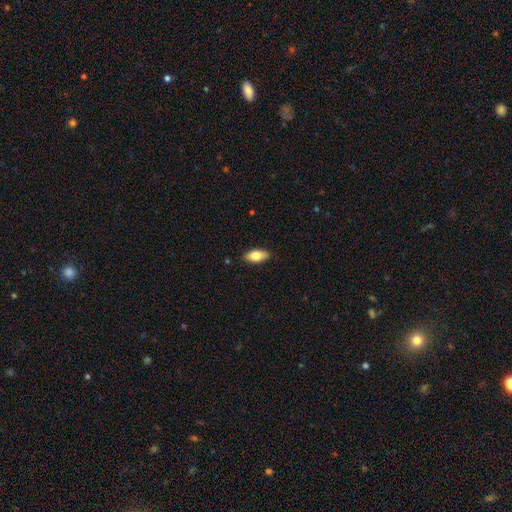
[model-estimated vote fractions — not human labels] A smooth galaxy with no disk features (76%) that is in between round and cigar-shaped (85%).

Vote fractions:
- Smooth or featured? smooth: 76% / featured or disk: 18% / star or artifact: 6%
- How rounded? in between: 85% / cigar-shaped: 12% / round: 3%
- Merging? none: 89% / minor disturbance: 9% / major disturbance: 2% / merger: 1%